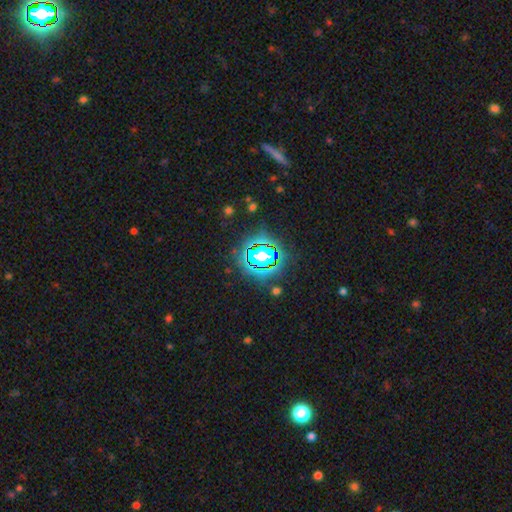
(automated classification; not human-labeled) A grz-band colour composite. It shows a star or artifact, not a galaxy (80%).